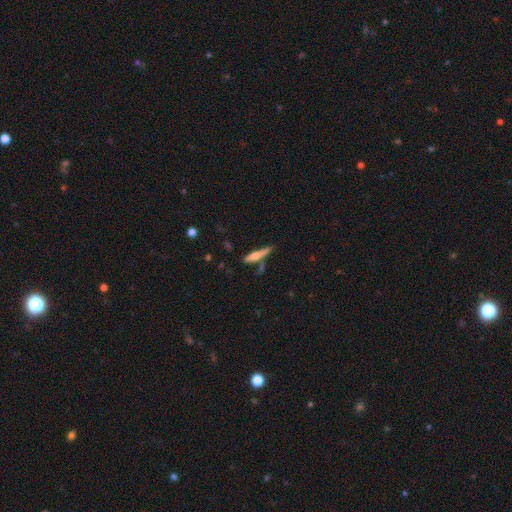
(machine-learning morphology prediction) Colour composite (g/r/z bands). It shows a smooth galaxy with no disk features (48%). Merging: none (63%).